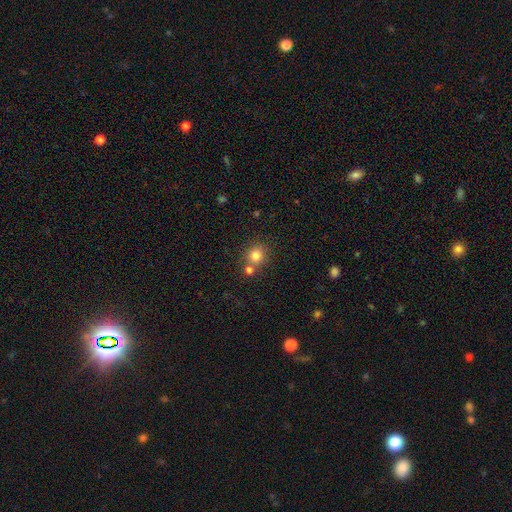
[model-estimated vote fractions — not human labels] Smooth or featured?
  - smooth: 79% *
  - star or artifact: 13%
  - featured or disk: 8%
How rounded?
  - round: 87% *
  - in between: 12%
  - cigar-shaped: 1%
Merging?
  - none: 68% *
  - merger: 22%
  - minor disturbance: 8%
  - major disturbance: 3%